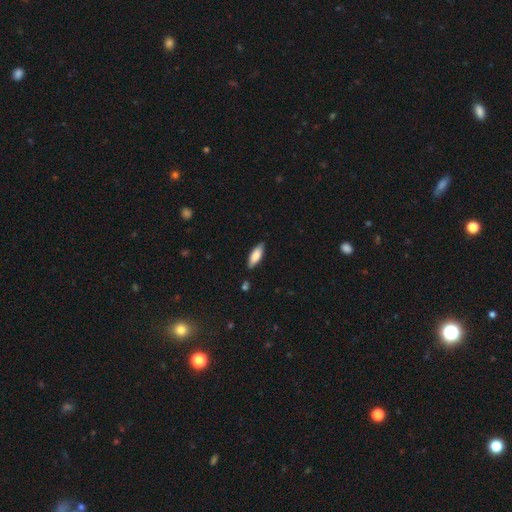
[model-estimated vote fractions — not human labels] smooth 80%, featured or disk 14%, star or artifact 6%. Down the decision tree: how rounded — in between (69%); merging — none (83%).